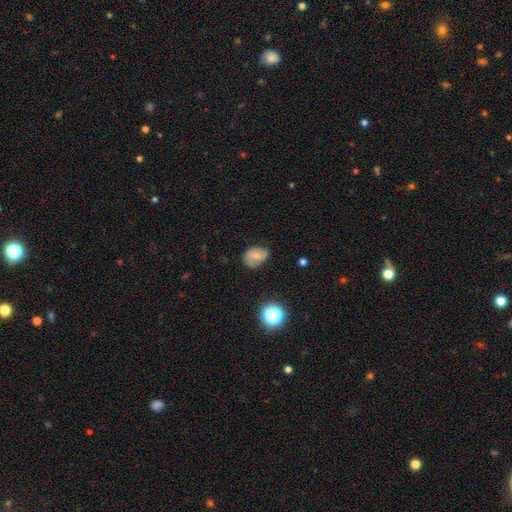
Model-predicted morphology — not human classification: Smooth or featured? smooth (53%)
How rounded? in between (69%)
Merging? none (54%)